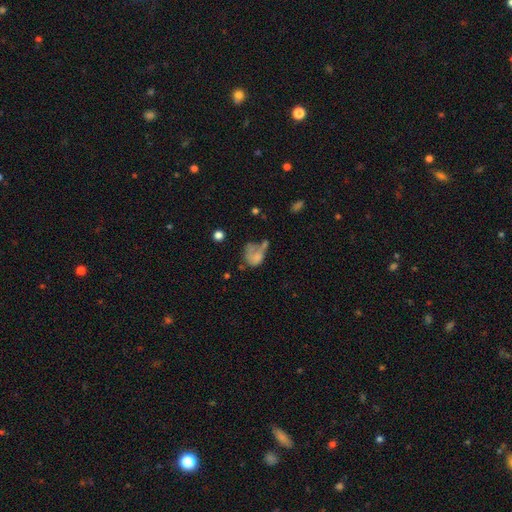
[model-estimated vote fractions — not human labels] Overall: smooth (54%; featured or disk 34%). How rounded: in between (71%). Merging: major disturbance (42%; none 20%).